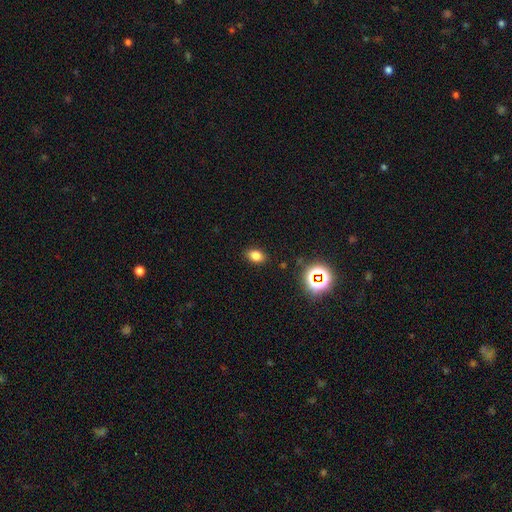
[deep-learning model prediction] Smooth or featured: smooth — 78% (star or artifact — 16%)
How rounded: in between — 81% (round — 18%)
Merging: none — 87% (minor disturbance — 9%)